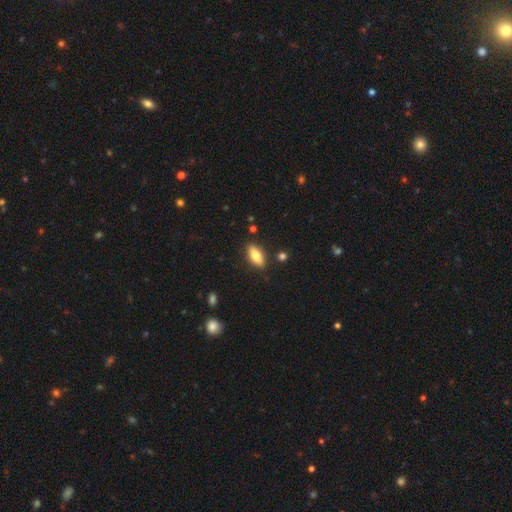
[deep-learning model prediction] smooth-or-featured: smooth: 77% | featured or disk: 16% | star or artifact: 7%
  how-rounded: in between: 85% | cigar-shaped: 12% | round: 3%
  merging: none: 86% | minor disturbance: 10% | merger: 2% | major disturbance: 2%